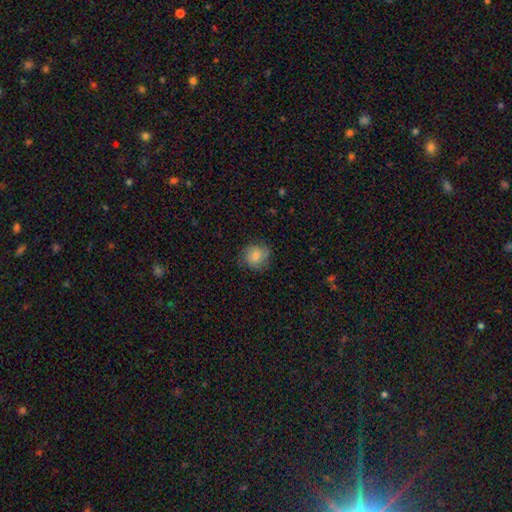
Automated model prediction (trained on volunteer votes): Smooth or featured: smooth — 73% (featured or disk — 19%)
How rounded: round — 79% (in between — 20%)
Merging: none — 72% (minor disturbance — 20%)